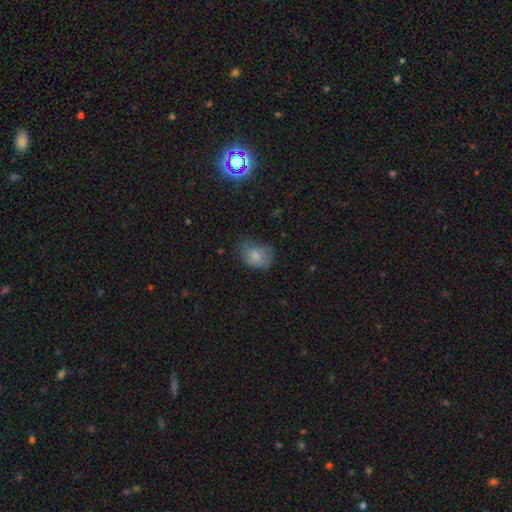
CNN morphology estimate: The model was most divided on "merging": none: 51%, minor disturbance: 33%, major disturbance: 14%, merger: 3%. More confident: smooth or featured — smooth (79%); how rounded — in between (62%).